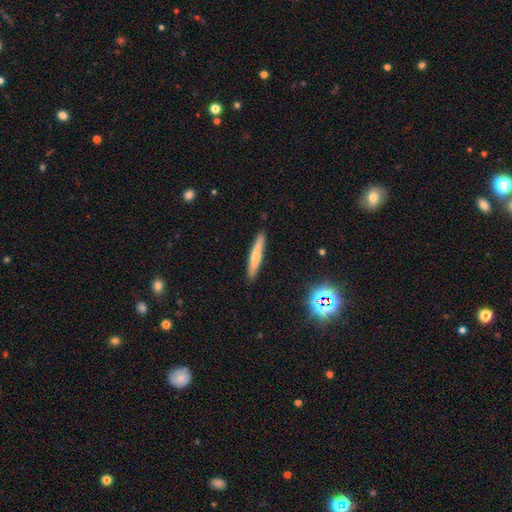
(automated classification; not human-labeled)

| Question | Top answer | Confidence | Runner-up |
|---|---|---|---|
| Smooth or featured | smooth | 62% | featured or disk (31%) |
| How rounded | cigar-shaped | 93% | in between (5%) |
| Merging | none | 89% | minor disturbance (8%) |